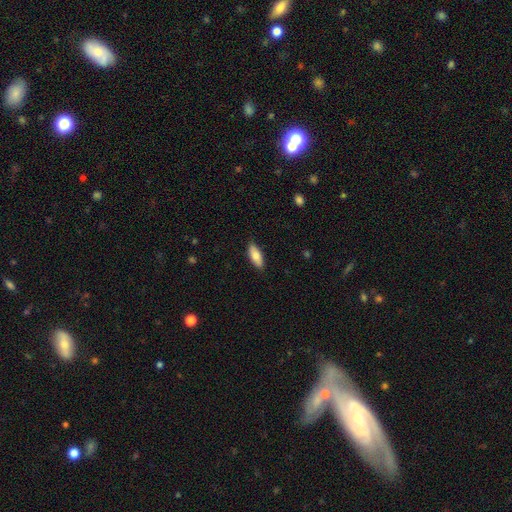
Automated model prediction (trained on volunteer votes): Smooth or featured?
  - smooth: 79% *
  - featured or disk: 14%
  - star or artifact: 6%
How rounded?
  - in between: 76% *
  - cigar-shaped: 22%
  - round: 2%
Merging?
  - none: 87% *
  - minor disturbance: 10%
  - major disturbance: 2%
  - merger: 1%